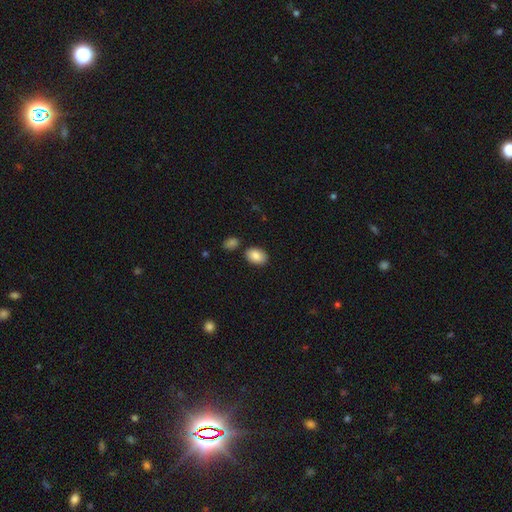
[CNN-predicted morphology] Q: Smooth or featured?
A: smooth (87%); runner-up: star or artifact (7%)
Q: How rounded?
A: in between (85%); runner-up: round (14%)
Q: Merging?
A: none (82%); runner-up: minor disturbance (10%)